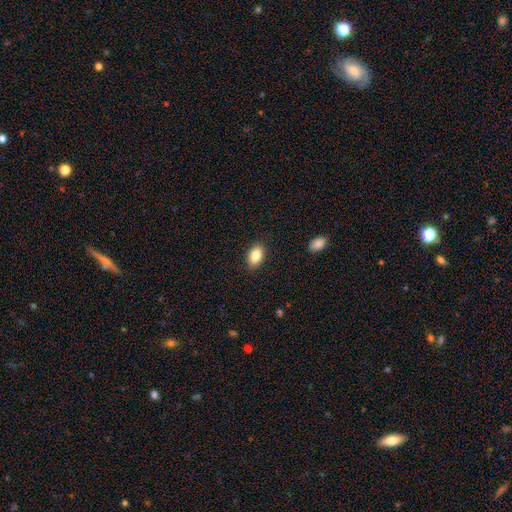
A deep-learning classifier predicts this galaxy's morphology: A smooth galaxy with no disk features (86%) that is in between round and cigar-shaped (90%).

Vote fractions:
- Smooth or featured? smooth: 86% / star or artifact: 7% / featured or disk: 7%
- How rounded? in between: 90% / round: 8% / cigar-shaped: 2%
- Merging? none: 88% / minor disturbance: 8% / major disturbance: 2% / merger: 1%